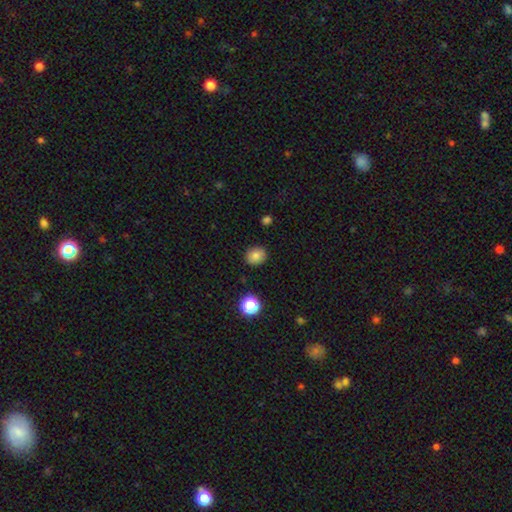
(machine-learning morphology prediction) Smooth or featured: smooth — 81% (star or artifact — 12%)
How rounded: round — 71% (in between — 28%)
Merging: none — 89% (minor disturbance — 8%)